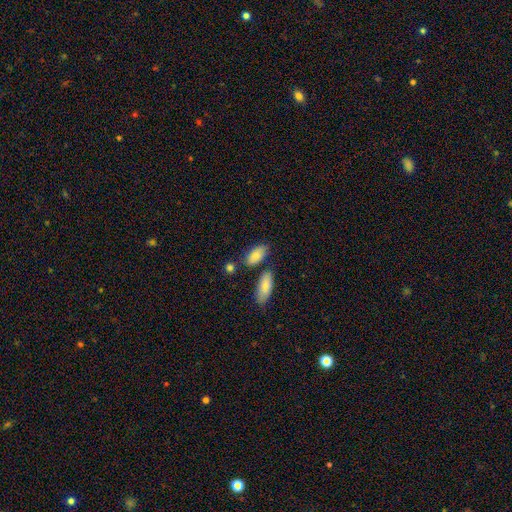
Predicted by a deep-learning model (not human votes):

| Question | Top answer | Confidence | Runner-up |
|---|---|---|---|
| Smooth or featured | smooth | 83% | featured or disk (10%) |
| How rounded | in between | 90% | cigar-shaped (6%) |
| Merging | none | 68% | minor disturbance (16%) |